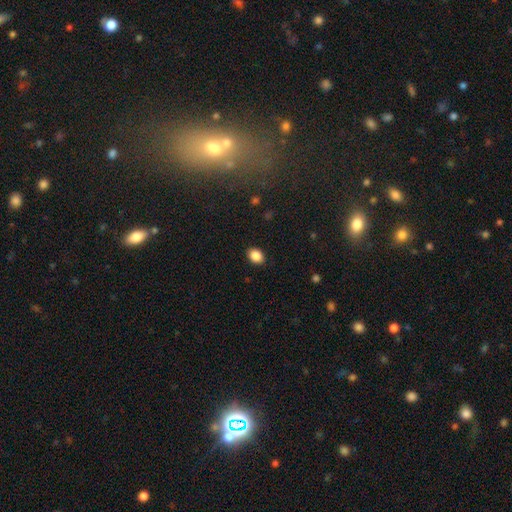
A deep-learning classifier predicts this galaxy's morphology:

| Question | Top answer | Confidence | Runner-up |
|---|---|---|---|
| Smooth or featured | smooth | 88% | star or artifact (9%) |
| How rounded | in between | 65% | round (34%) |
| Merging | none | 89% | minor disturbance (8%) |